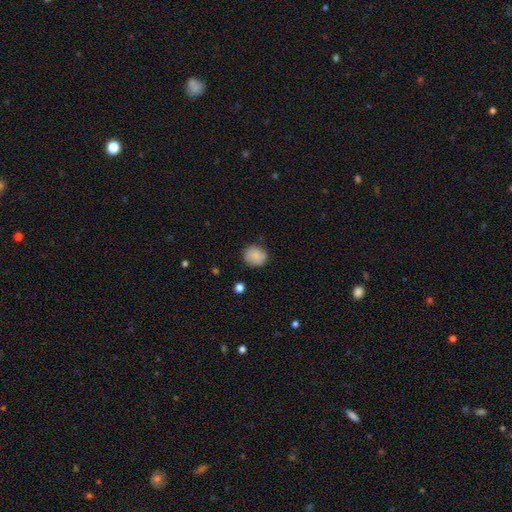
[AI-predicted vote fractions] Smooth or featured? Predicted: smooth (p=0.86). How rounded? Predicted: round (p=0.77). Merging? Predicted: none (p=0.81).